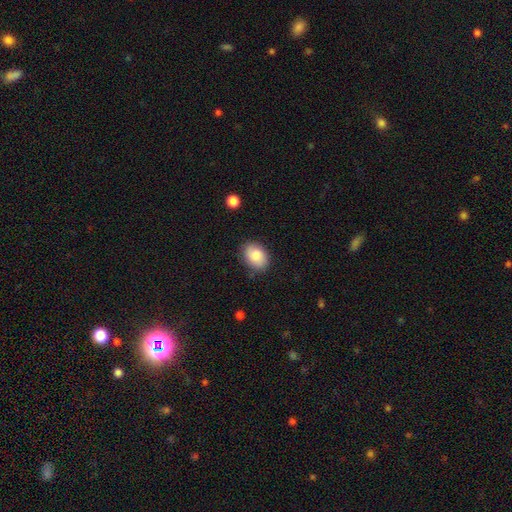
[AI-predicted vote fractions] Morphology: type=smooth (85%); roundness=in between (80%); merging=none (81%).